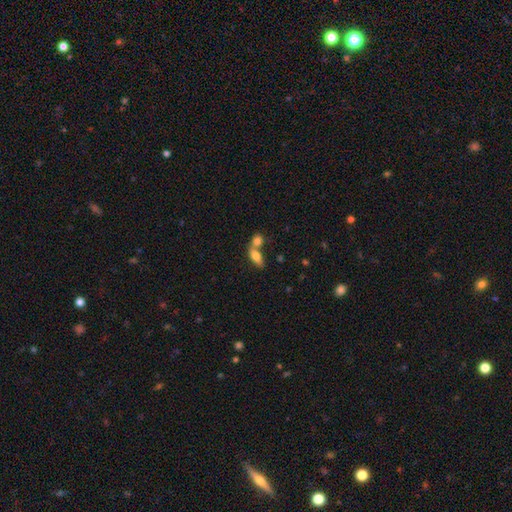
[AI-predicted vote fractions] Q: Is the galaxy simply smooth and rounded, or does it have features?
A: smooth — 76%.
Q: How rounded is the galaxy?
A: in between — 80%.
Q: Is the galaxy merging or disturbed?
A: merger — 56%.